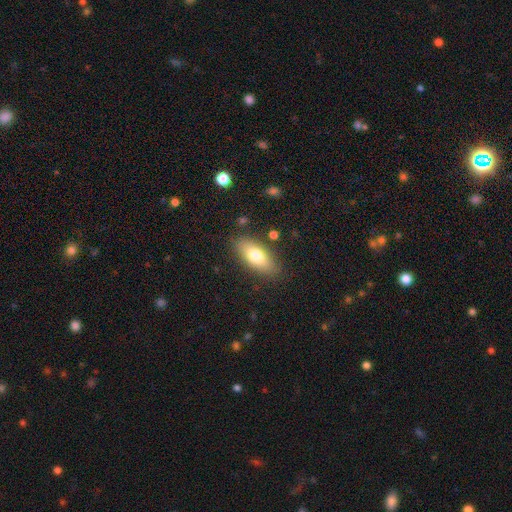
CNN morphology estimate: smooth-or-featured: smooth: 74% | featured or disk: 19% | star or artifact: 7%
  how-rounded: in between: 83% | cigar-shaped: 13% | round: 3%
  merging: none: 82% | minor disturbance: 12% | major disturbance: 3% | merger: 2%